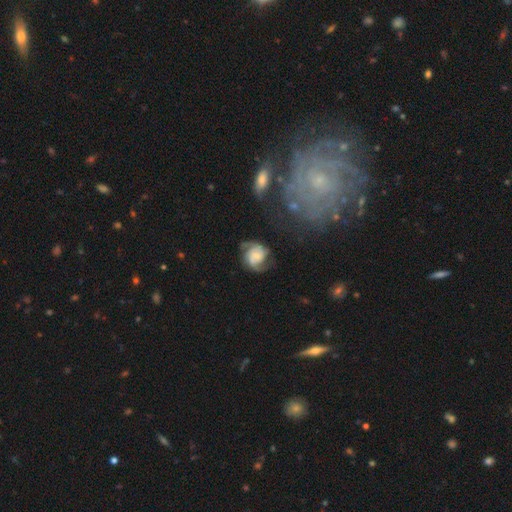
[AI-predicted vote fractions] This is clearly a featured or disk galaxy (80%). It is clearly not viewed edge-on (98%). Bar: possibly no (59%). Spiral arm pattern: clearly yes (96%). Spiral arm count: likely 2 (77%). Spiral winding: possibly medium (45%). Central bulge: possibly small (54%). Merging: likely none (64%).